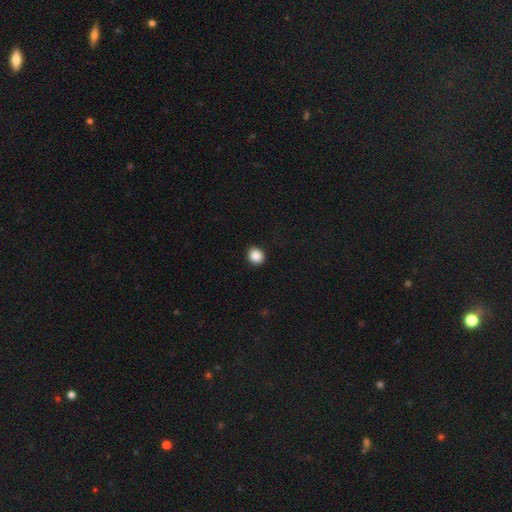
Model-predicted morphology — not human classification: A smooth galaxy with no disk features (88%) that is round (81%).

Vote fractions:
- Smooth or featured? smooth: 88% / star or artifact: 9% / featured or disk: 3%
- How rounded? round: 81% / in between: 18% / cigar-shaped: 1%
- Merging? none: 92% / minor disturbance: 6% / major disturbance: 2% / merger: 1%